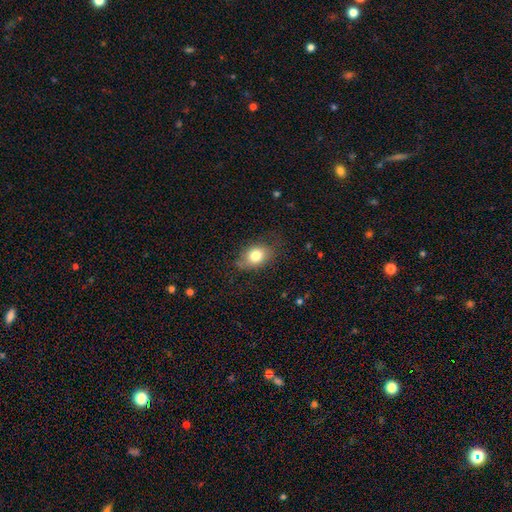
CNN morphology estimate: Smooth or featured? smooth (78%)
How rounded? in between (74%)
Merging? none (69%)